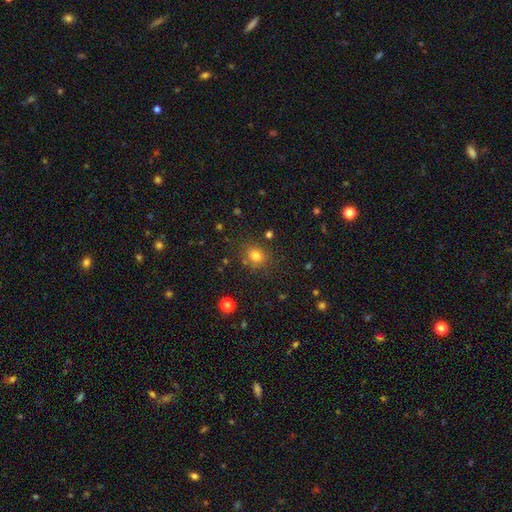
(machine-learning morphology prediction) A smooth galaxy with no disk features (79%) that is round (71%). Merging: none (80%).